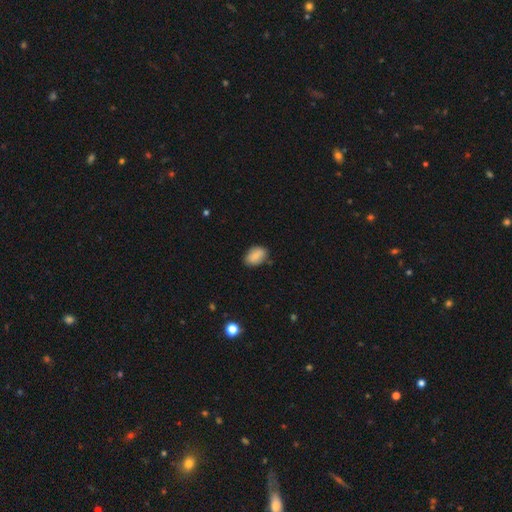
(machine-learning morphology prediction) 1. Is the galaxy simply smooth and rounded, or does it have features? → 86% smooth, 7% star or artifact, 7% featured or disk.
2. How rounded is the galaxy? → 88% in between, 10% round, 2% cigar-shaped.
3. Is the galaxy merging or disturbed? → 76% none, 19% minor disturbance, 3% major disturbance, 2% merger.